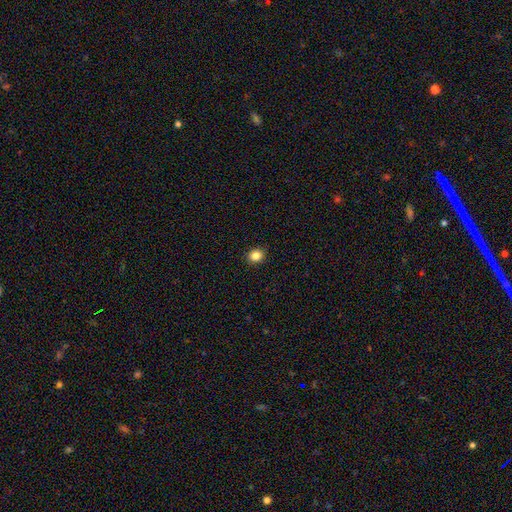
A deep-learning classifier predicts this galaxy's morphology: This appears to be a smooth galaxy with no disk features (85%) that is round (68%). Merging: none (91%).